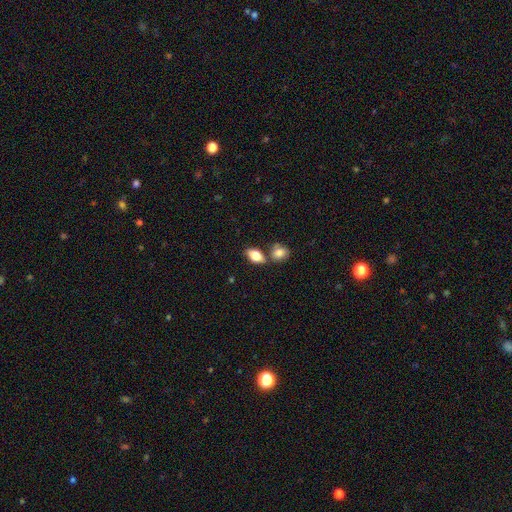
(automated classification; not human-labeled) This appears to be a smooth galaxy with no disk features (79%) that is in between round and cigar-shaped (87%). Merging: none (62%).